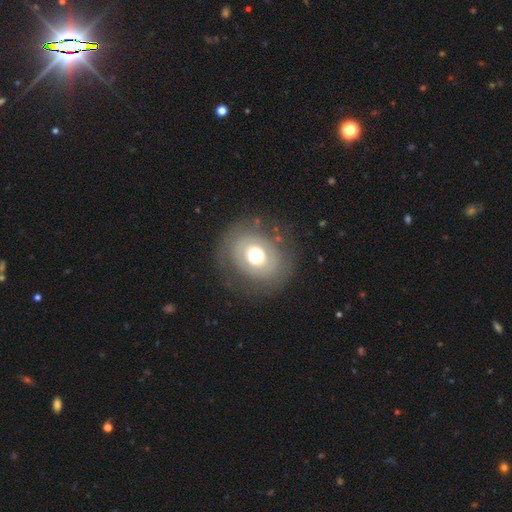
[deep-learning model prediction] smooth_or_featured: smooth (p=0.51) [alt: featured or disk p=0.39]
how_rounded: round (p=0.61) [alt: in between p=0.38]
merging: none (p=0.79) [alt: minor disturbance p=0.11]